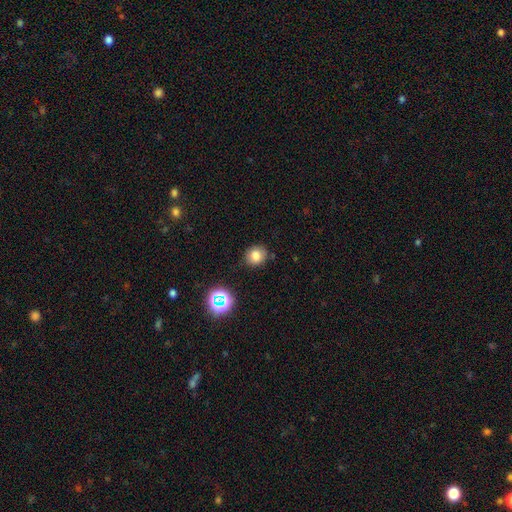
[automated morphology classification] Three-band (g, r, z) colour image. It shows a smooth galaxy with no disk features (77%) that is round (77%). Merging: none (83%).